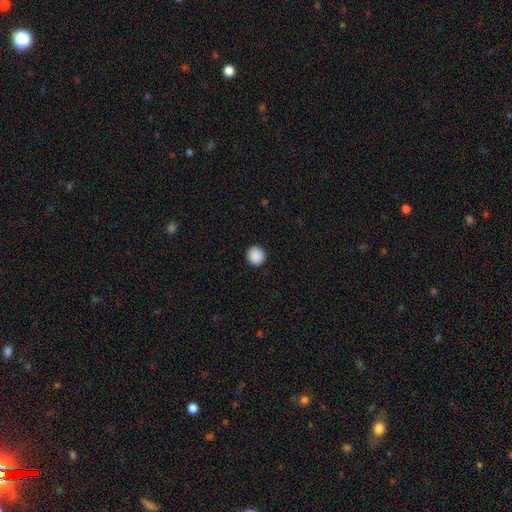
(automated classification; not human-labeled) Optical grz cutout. It shows a smooth galaxy with no disk features (90%) that is round (92%). Merging: none (93%).